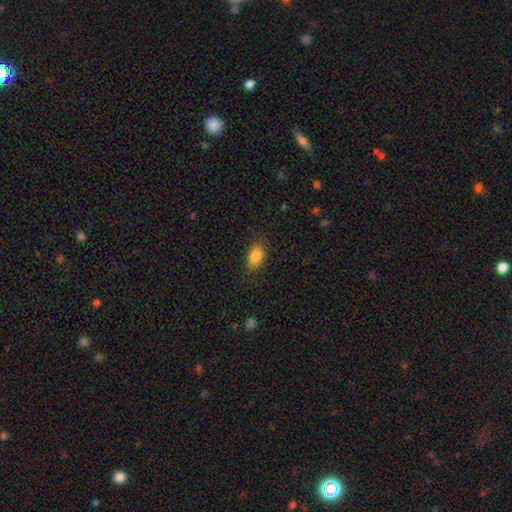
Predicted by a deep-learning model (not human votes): Smooth or featured: smooth — 84% (star or artifact — 9%)
How rounded: in between — 87% (round — 11%)
Merging: none — 84% (minor disturbance — 12%)